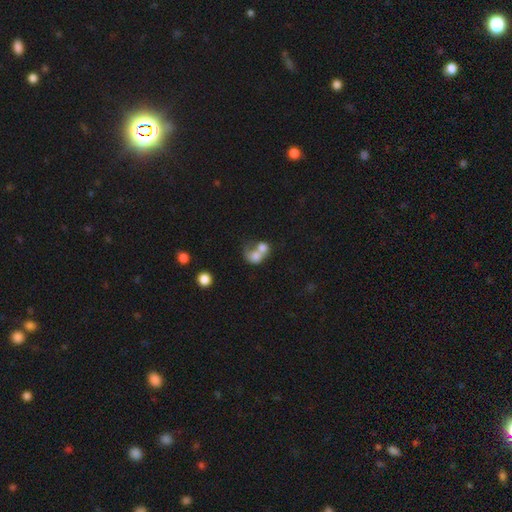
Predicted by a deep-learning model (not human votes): The model was most divided on "how rounded": round: 56%, in between: 42%, cigar-shaped: 1%. More confident: merging — merger (74%); smooth or featured — smooth (69%).